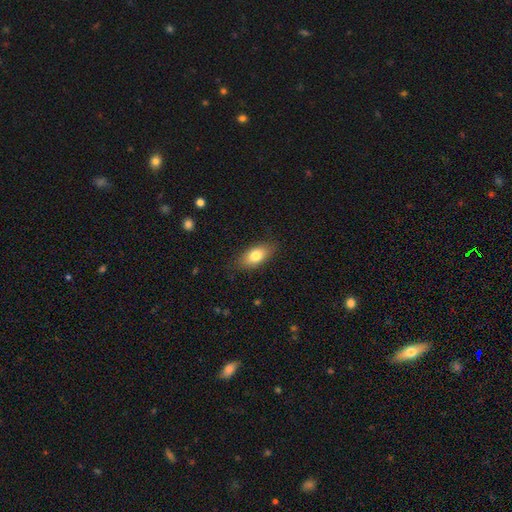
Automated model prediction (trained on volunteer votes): Overall: smooth (78%). How rounded: in between (87%). Merging: none (83%).